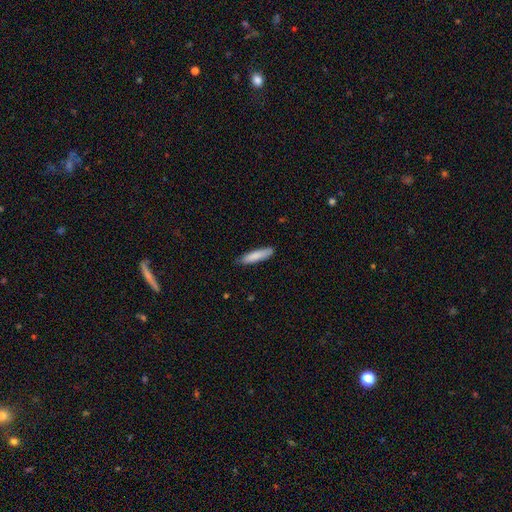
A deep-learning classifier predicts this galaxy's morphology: Smooth or featured? Predicted: smooth (p=0.84). How rounded? Predicted: cigar-shaped (p=0.77). Merging? Predicted: none (p=0.84).